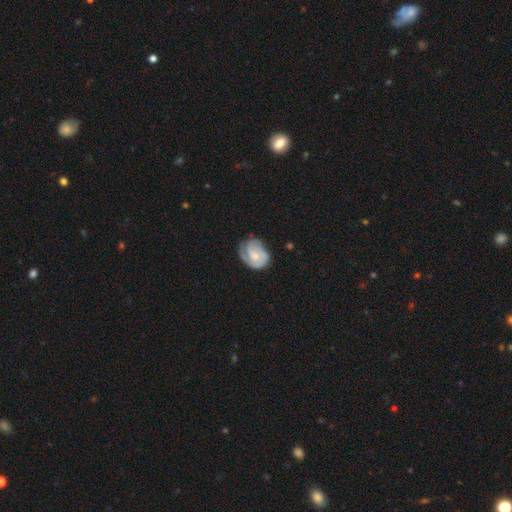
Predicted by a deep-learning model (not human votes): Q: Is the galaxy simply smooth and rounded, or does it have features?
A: featured or disk — 59%.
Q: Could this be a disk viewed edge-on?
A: no — 98%.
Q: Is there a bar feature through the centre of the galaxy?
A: no — 69%.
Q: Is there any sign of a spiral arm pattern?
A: yes — 84%.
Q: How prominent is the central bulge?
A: small — 44%.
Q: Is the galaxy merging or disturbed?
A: none — 59%.